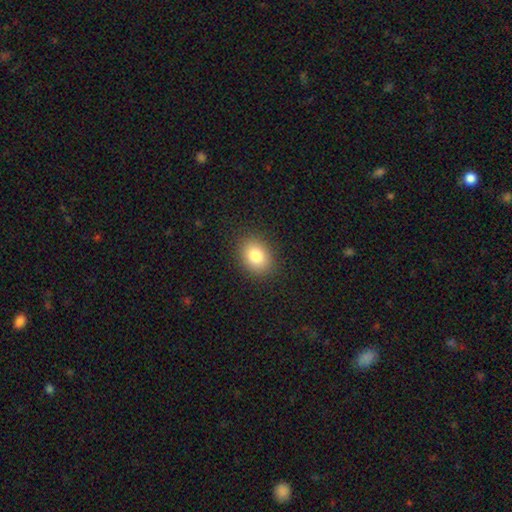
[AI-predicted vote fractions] Smooth or featured: smooth — 83% (star or artifact — 9%)
How rounded: in between — 67% (round — 33%)
Merging: none — 88% (minor disturbance — 9%)